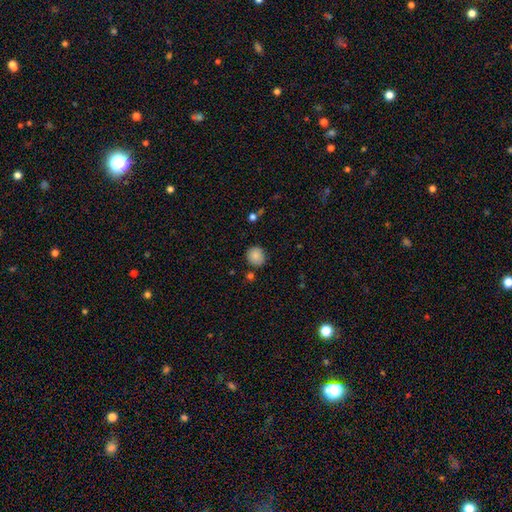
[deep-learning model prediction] Q: Smooth or featured?
A: smooth (87%); runner-up: star or artifact (9%)
Q: How rounded?
A: round (87%); runner-up: in between (12%)
Q: Merging?
A: none (81%); runner-up: minor disturbance (12%)